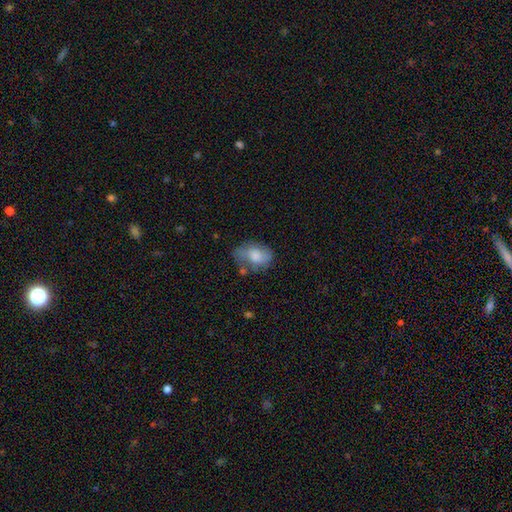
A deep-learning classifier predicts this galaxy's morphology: Overall: smooth (70%). How rounded: in between (80%). Merging: none (42%; minor disturbance 32%).